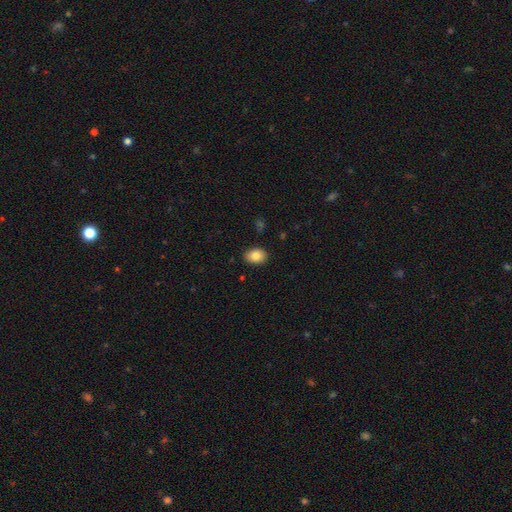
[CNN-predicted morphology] The model was most divided on "how rounded": in between: 76%, round: 23%, cigar-shaped: 1%. More confident: merging — none (87%); smooth or featured — smooth (85%).